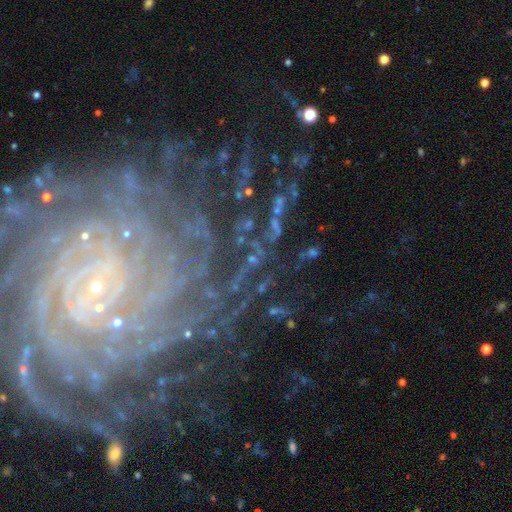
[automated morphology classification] Q: Smooth or featured?
A: featured or disk (85%); runner-up: star or artifact (10%)
Q: Edge-on disk?
A: no (97%); runner-up: yes (3%)
Q: Bar?
A: no (62%); runner-up: weak (24%)
Q: Spiral arms?
A: yes (98%); runner-up: no (2%)
Q: Spiral winding?
A: tight (82%); runner-up: medium (15%)
Q: Spiral arm count?
A: more than 4 (40%); runner-up: can't tell (19%)
Q: Bulge size?
A: small (85%); runner-up: moderate (8%)
Q: Merging?
A: none (75%); runner-up: minor disturbance (14%)